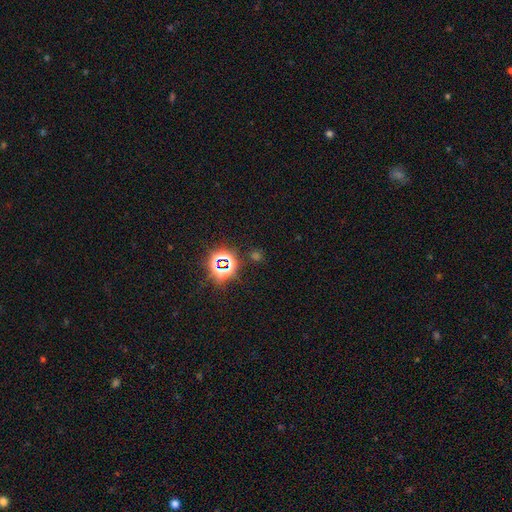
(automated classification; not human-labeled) Smooth or featured?
  - star or artifact: 71% *
  - smooth: 22%
  - featured or disk: 7%